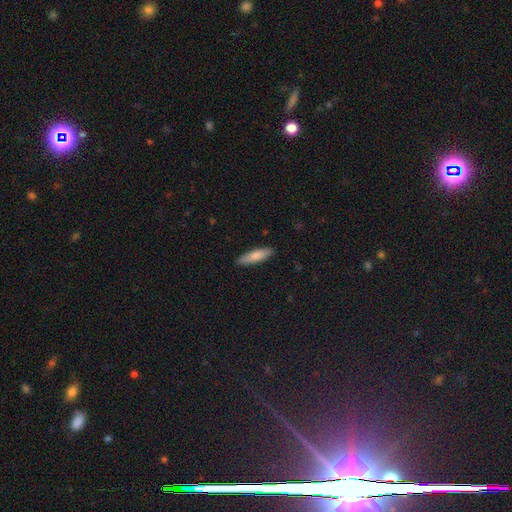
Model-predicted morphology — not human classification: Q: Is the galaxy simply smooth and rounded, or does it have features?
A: smooth — 81%.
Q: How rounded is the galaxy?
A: cigar-shaped — 72%.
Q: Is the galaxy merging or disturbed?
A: none — 89%.